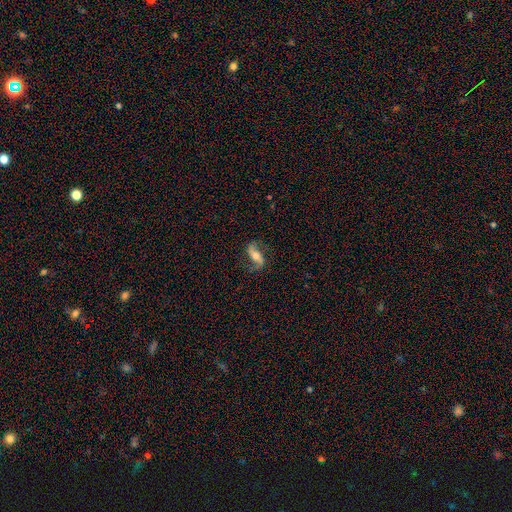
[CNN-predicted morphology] type=featured or disk (78%); edge-on=no (92%); bar=strong (35%); spiral arms=yes (94%); winding=loose (64%); arm count=2 (92%); bulge=moderate (62%); merging=none (77%).